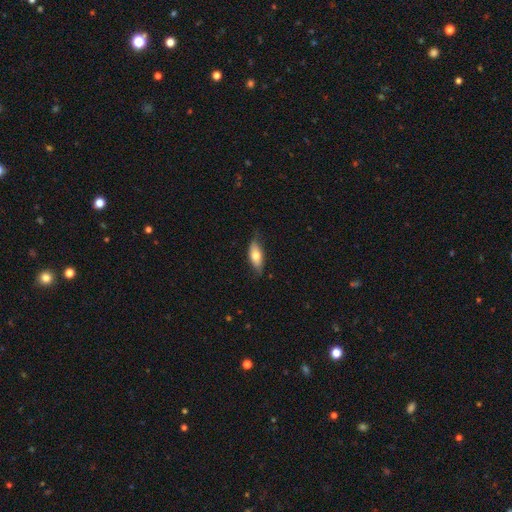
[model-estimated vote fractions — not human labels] Smooth or featured? smooth (67%)
How rounded? in between (75%)
Merging? none (72%)